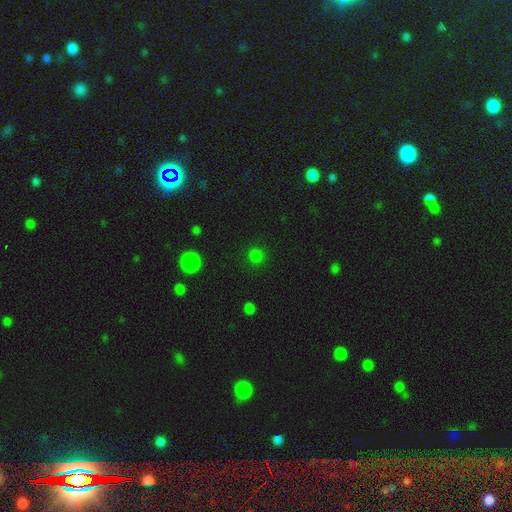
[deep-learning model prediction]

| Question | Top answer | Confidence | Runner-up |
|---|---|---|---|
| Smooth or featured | smooth | 78% | star or artifact (19%) |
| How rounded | round | 93% | in between (6%) |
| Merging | none | 90% | minor disturbance (6%) |